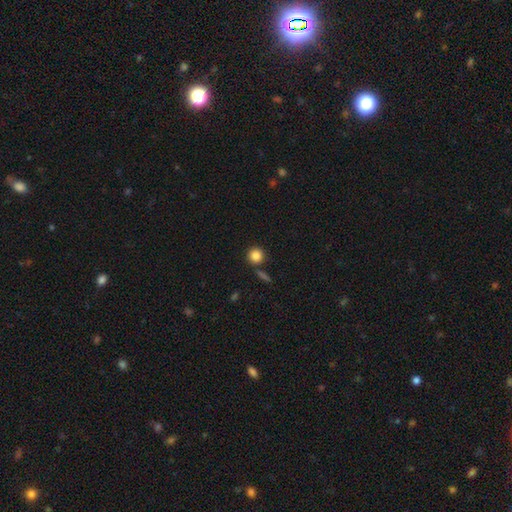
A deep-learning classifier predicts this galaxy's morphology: A smooth galaxy with no disk features (85%) that is round (94%).

Vote fractions:
- Smooth or featured? smooth: 85% / star or artifact: 11% / featured or disk: 5%
- How rounded? round: 94% / in between: 5% / cigar-shaped: 1%
- Merging? none: 82% / minor disturbance: 8% / merger: 7% / major disturbance: 3%